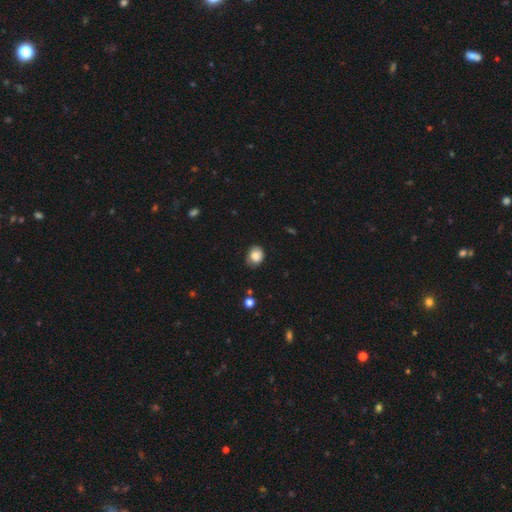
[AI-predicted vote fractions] smooth 82%, featured or disk 9%, star or artifact 9%. Down the decision tree: how rounded — round (56%); merging — none (67%).